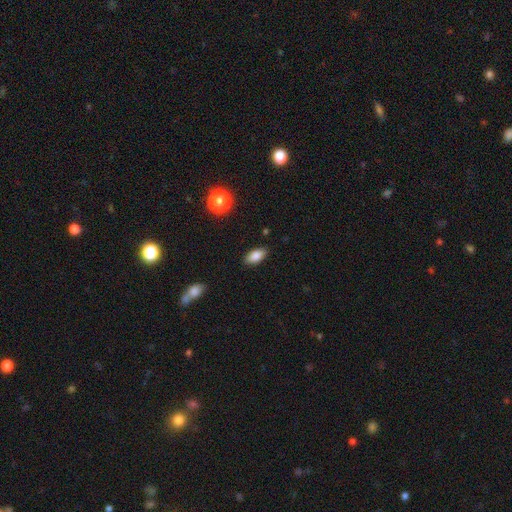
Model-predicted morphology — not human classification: smooth-or-featured: smooth: 84% | star or artifact: 9% | featured or disk: 7%
  how-rounded: in between: 89% | cigar-shaped: 7% | round: 4%
  merging: none: 87% | minor disturbance: 10% | major disturbance: 2% | merger: 1%